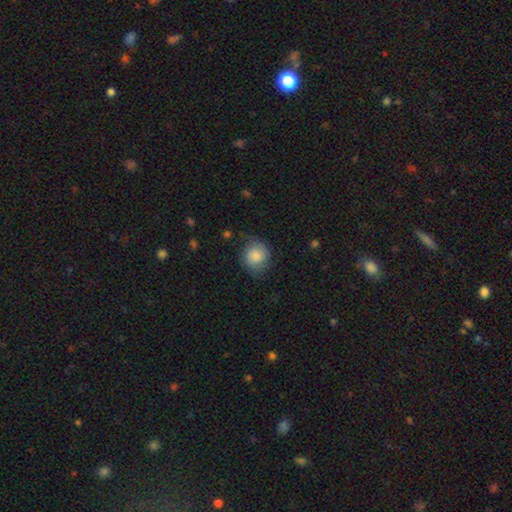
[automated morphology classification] type=smooth (81%); roundness=round (83%); merging=none (70%).